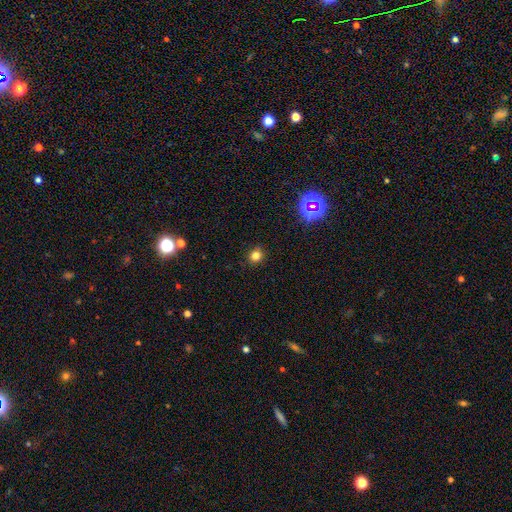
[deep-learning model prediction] The model was most divided on "how rounded": round: 78%, in between: 21%, cigar-shaped: 1%. More confident: merging — none (89%); smooth or featured — smooth (78%).